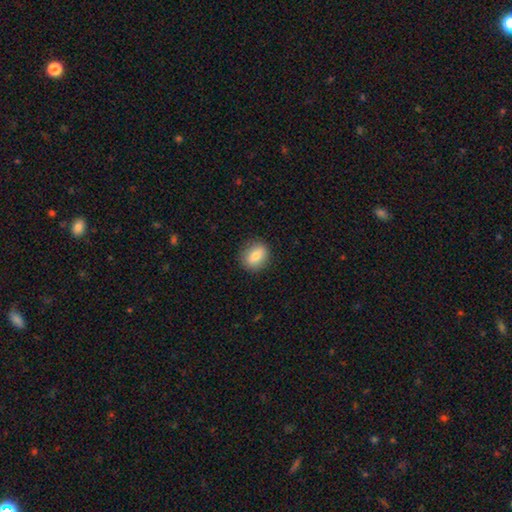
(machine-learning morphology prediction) A smooth galaxy with no disk features (79%) that is round (58%).

Vote fractions:
- Smooth or featured? smooth: 79% / featured or disk: 13% / star or artifact: 8%
- How rounded? round: 58% / in between: 40% / cigar-shaped: 2%
- Merging? none: 88% / minor disturbance: 9% / major disturbance: 2% / merger: 1%